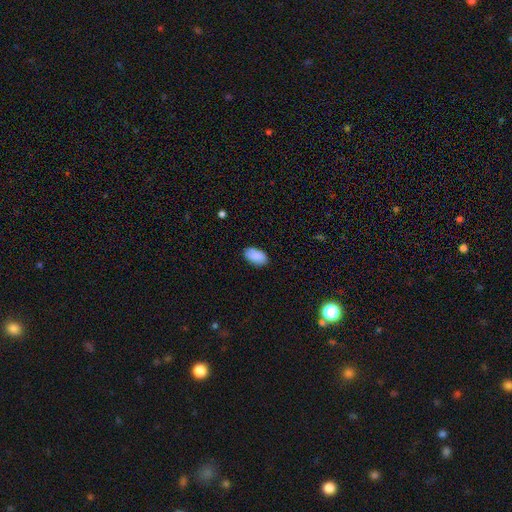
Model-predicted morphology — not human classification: Smooth or featured? smooth (89%)
How rounded? in between (95%)
Merging? none (85%)